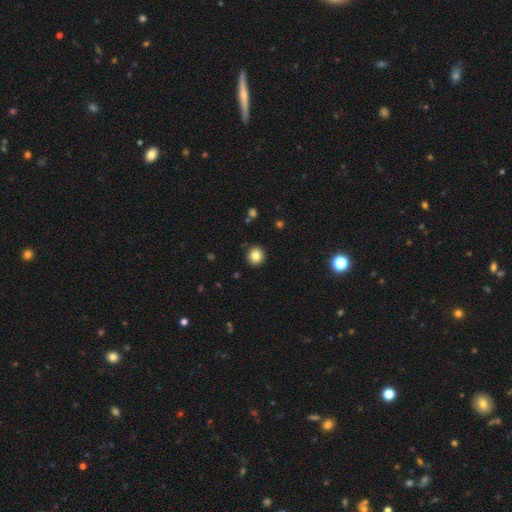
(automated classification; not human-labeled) smooth 83%, star or artifact 10%, featured or disk 6%. Down the decision tree: how rounded — round (91%); merging — none (91%).